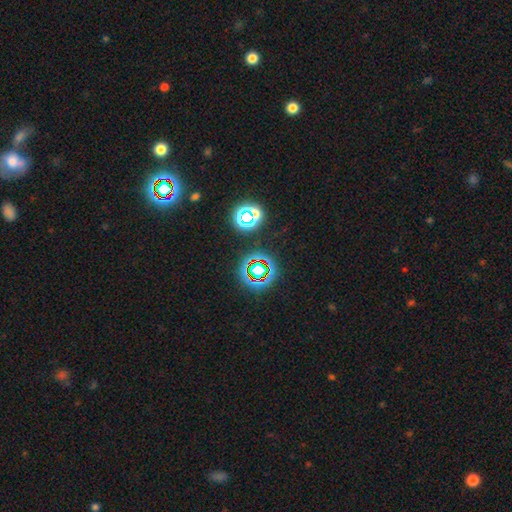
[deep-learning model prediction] Smooth or featured: star or artifact — 60% (smooth — 25%)